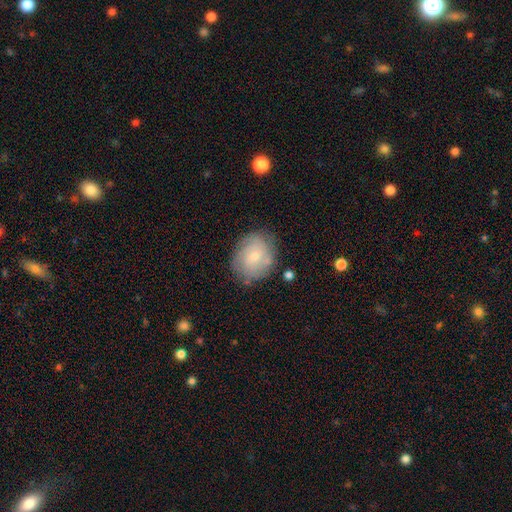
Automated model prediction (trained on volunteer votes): A smooth galaxy with no disk features (53%) that is round (57%).

Vote fractions:
- Smooth or featured? smooth: 53% / featured or disk: 39% / star or artifact: 8%
- How rounded? round: 57% / in between: 42% / cigar-shaped: 1%
- Merging? none: 74% / minor disturbance: 18% / major disturbance: 5% / merger: 3%